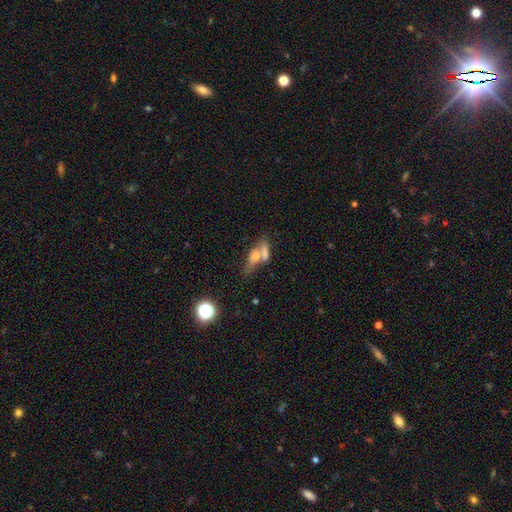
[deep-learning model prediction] This appears to be a smooth galaxy with no disk features (55%) that is in between round and cigar-shaped (48%). Merging: merger (46%).